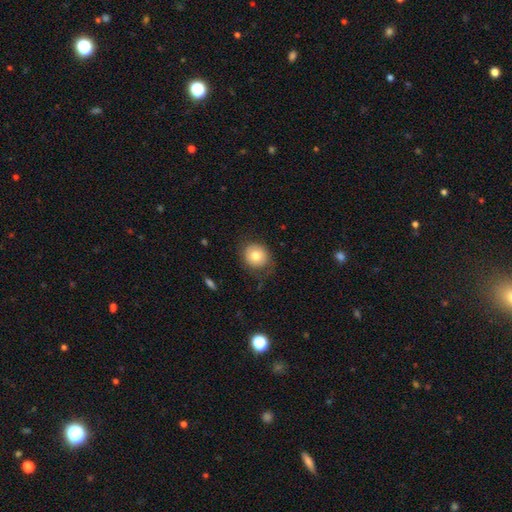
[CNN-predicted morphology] Q: Smooth or featured?
A: smooth (76%); runner-up: featured or disk (15%)
Q: How rounded?
A: round (86%); runner-up: in between (13%)
Q: Merging?
A: none (72%); runner-up: minor disturbance (18%)